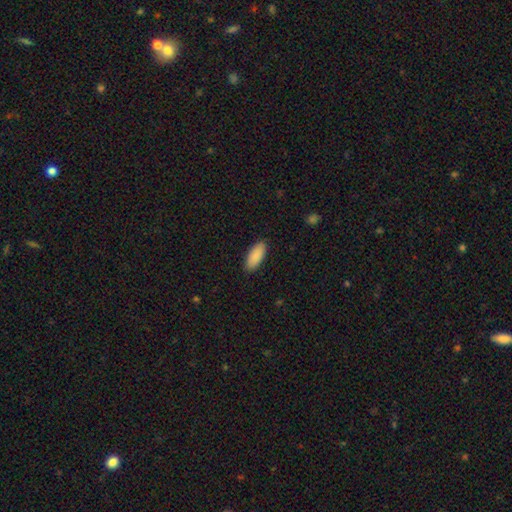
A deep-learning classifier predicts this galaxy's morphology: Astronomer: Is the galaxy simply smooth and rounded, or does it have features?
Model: smooth — 89%.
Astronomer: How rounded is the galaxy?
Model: in between — 86%.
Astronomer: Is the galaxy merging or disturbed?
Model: none — 89%.